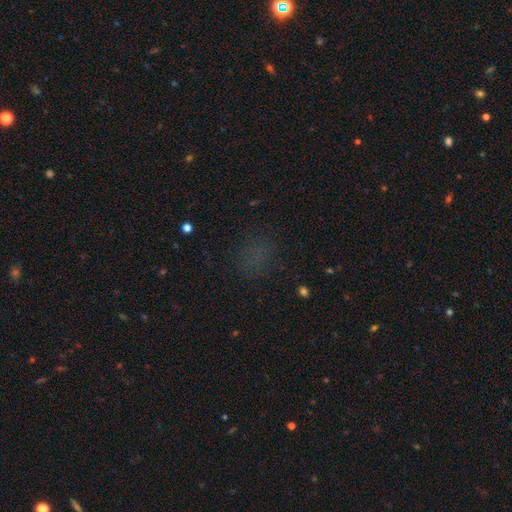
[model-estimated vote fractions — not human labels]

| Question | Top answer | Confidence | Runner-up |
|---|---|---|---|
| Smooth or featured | smooth | 56% | star or artifact (35%) |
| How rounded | round | 65% | in between (33%) |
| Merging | none | 77% | minor disturbance (13%) |